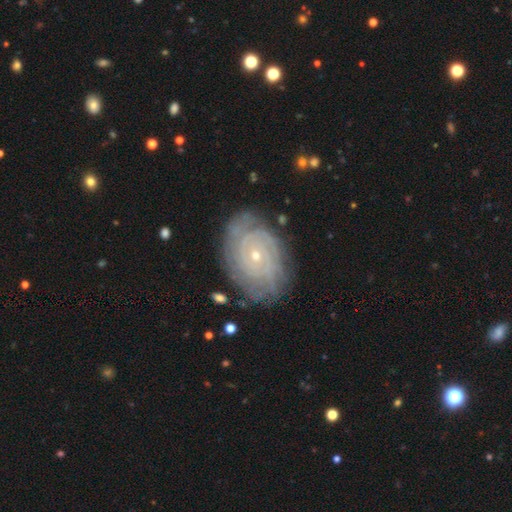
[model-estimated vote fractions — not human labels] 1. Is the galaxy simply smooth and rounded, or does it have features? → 84% featured or disk, 10% smooth, 7% star or artifact.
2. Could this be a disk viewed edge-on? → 97% no, 3% yes.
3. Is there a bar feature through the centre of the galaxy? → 82% no, 14% weak, 4% strong.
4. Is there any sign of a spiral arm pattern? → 94% yes, 6% no.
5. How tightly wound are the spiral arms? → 85% tight, 12% medium, 3% loose.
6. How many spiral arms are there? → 39% can't tell, 16% 2, 14% 4, 14% 3, 10% more than 4, 7% 1.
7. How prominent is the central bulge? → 80% small, 17% moderate, 1% large, 1% none, 1% dominant.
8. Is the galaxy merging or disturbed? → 78% none, 16% minor disturbance, 5% major disturbance, 1% merger.